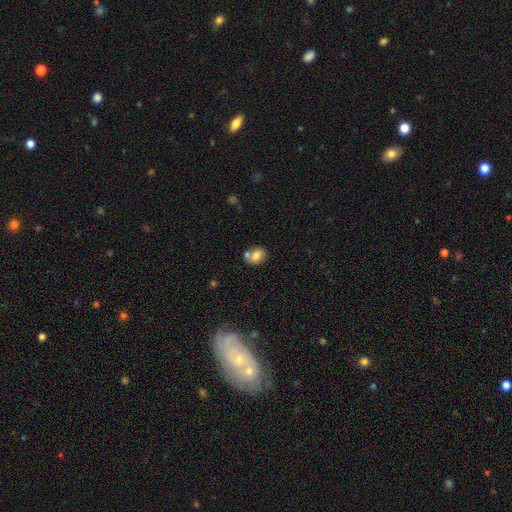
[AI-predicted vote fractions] This appears to be a smooth galaxy with no disk features (77%) that is in between round and cigar-shaped (55%). Merging: none (53%).